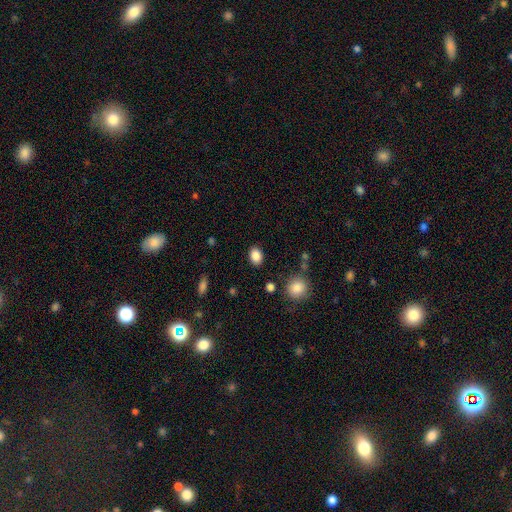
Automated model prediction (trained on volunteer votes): Smooth or featured: smooth — 87% (star or artifact — 9%)
How rounded: in between — 68% (round — 31%)
Merging: none — 86% (minor disturbance — 9%)